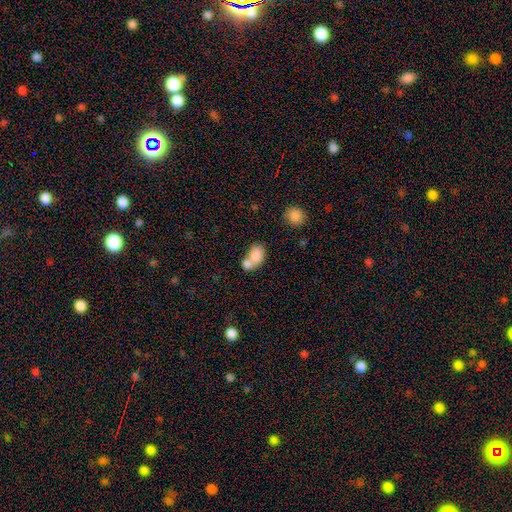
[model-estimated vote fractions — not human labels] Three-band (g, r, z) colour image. It shows a smooth galaxy with no disk features (79%) that is in between round and cigar-shaped (78%). Merging: merger (65%).